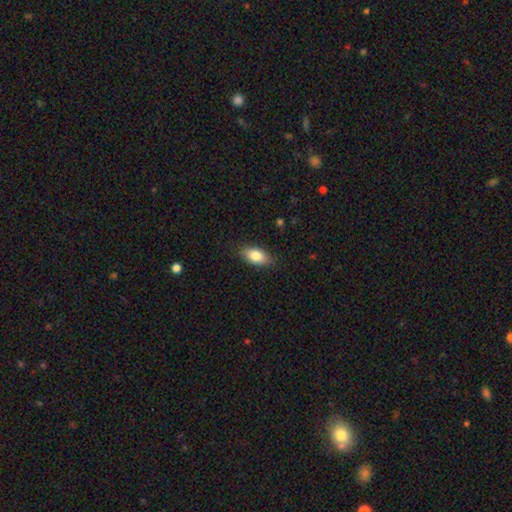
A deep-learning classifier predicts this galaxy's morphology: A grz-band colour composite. It shows a smooth galaxy with no disk features (83%) that is in between round and cigar-shaped (89%). Merging: none (86%).